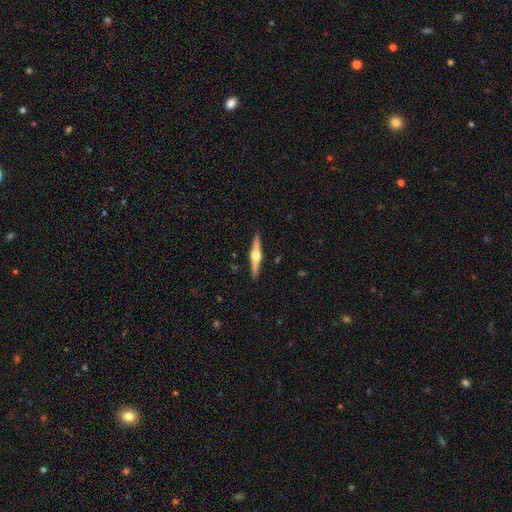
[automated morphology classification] Q: Smooth or featured?
A: featured or disk (77%); runner-up: smooth (18%)
Q: Edge-on disk?
A: yes (98%); runner-up: no (2%)
Q: Edge-on bulge?
A: rounded (95%); runner-up: boxy (3%)
Q: Merging?
A: none (92%); runner-up: minor disturbance (6%)